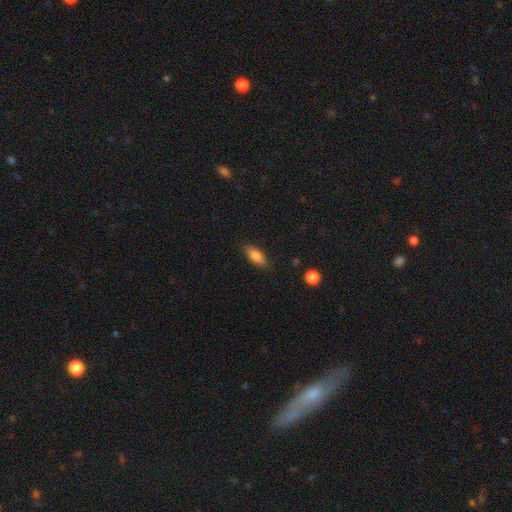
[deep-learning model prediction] This appears to be a smooth galaxy with no disk features (82%) that is in between round and cigar-shaped (74%). Merging: none (85%).